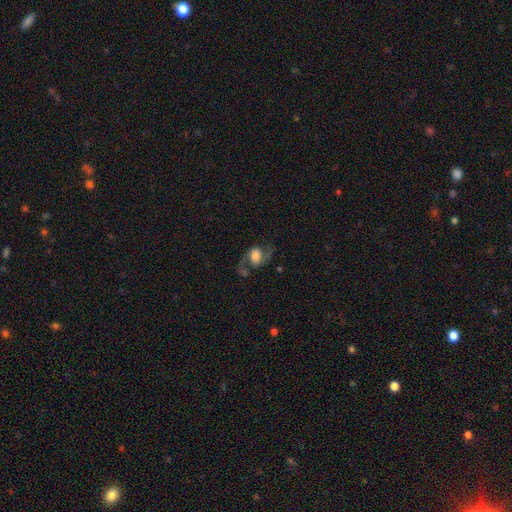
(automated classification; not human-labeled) Smooth or featured: featured or disk — 75% (smooth — 17%)
Edge-on disk: no — 97% (yes — 3%)
Bar: no — 55% (weak — 34%)
Spiral arms: yes — 93% (no — 7%)
Spiral winding: loose — 56% (medium — 37%)
Spiral arm count: 2 — 92% (1 — 3%)
Bulge size: large — 45% (moderate — 26%)
Merging: none — 68% (minor disturbance — 15%)